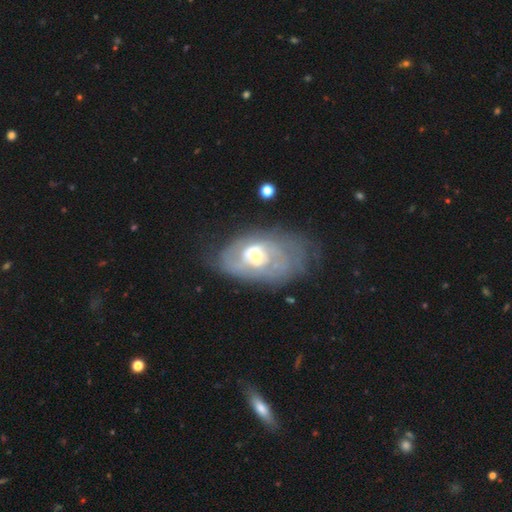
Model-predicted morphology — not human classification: type=featured or disk (76%); edge-on=no (95%); bar=no (70%); spiral arms=yes (71%); winding=tight (62%); arm count=can't tell (51%); bulge=moderate (56%); merging=none (51%).